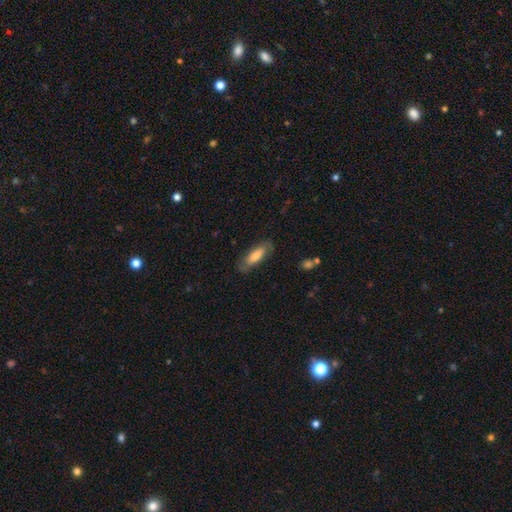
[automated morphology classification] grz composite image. It shows a smooth galaxy with no disk features (74%) that is in between round and cigar-shaped (54%). Merging: none (82%).